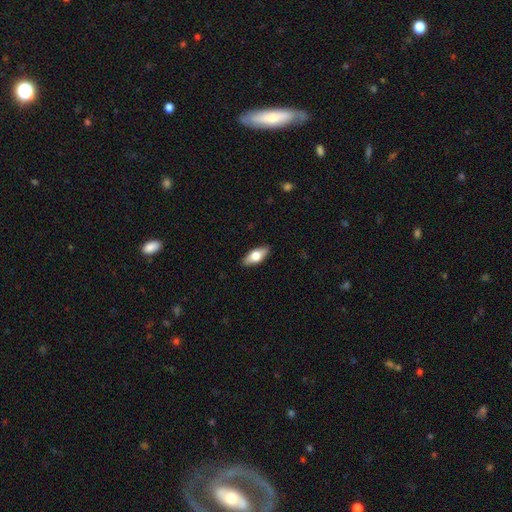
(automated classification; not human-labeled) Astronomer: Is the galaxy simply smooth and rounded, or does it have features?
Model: smooth — 61%.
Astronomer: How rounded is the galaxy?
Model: in between — 77%.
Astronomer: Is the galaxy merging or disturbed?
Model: none — 89%.